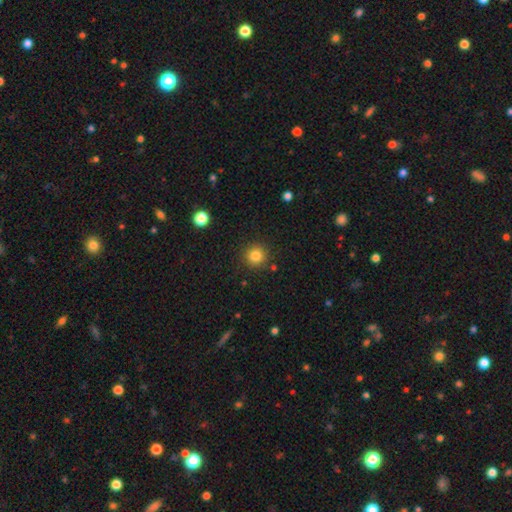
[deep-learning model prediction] smooth 83%, star or artifact 12%, featured or disk 5%. Down the decision tree: how rounded — round (94%); merging — none (89%).